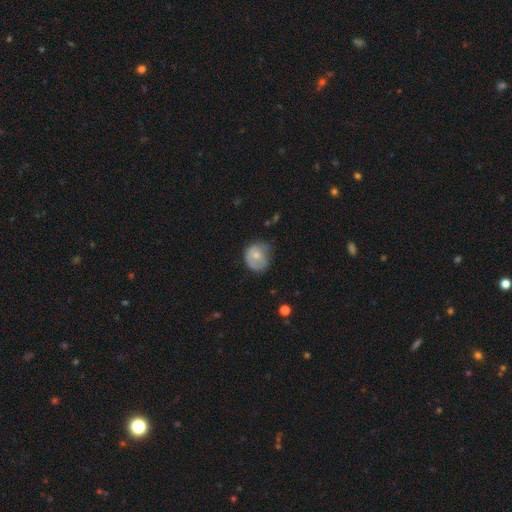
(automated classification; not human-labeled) Morphology: type=smooth (62%); roundness=round (72%); merging=none (44%).